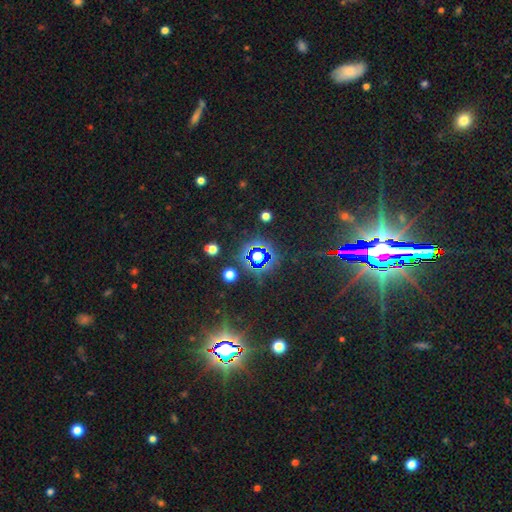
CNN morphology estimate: A star or artifact, not a galaxy (69%).